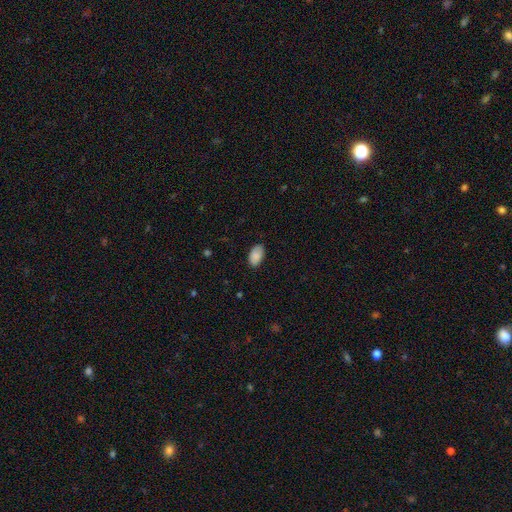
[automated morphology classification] smooth-or-featured: smooth: 89% | star or artifact: 6% | featured or disk: 4%
  how-rounded: in between: 94% | round: 5% | cigar-shaped: 1%
  merging: none: 84% | minor disturbance: 12% | major disturbance: 2% | merger: 1%